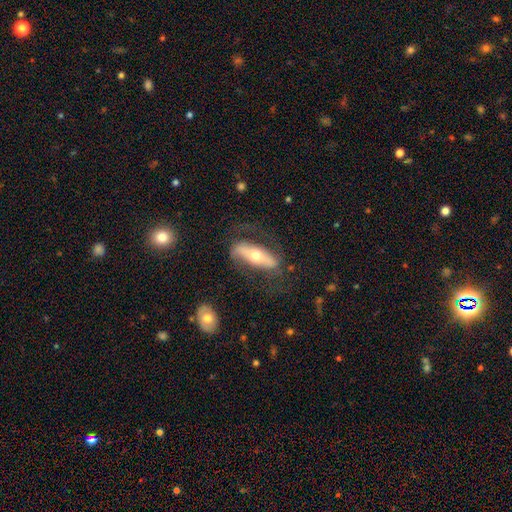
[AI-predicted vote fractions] featured or disk 63%, smooth 31%, star or artifact 6%. Down the decision tree: edge-on disk — no (62%); merging — none (65%).